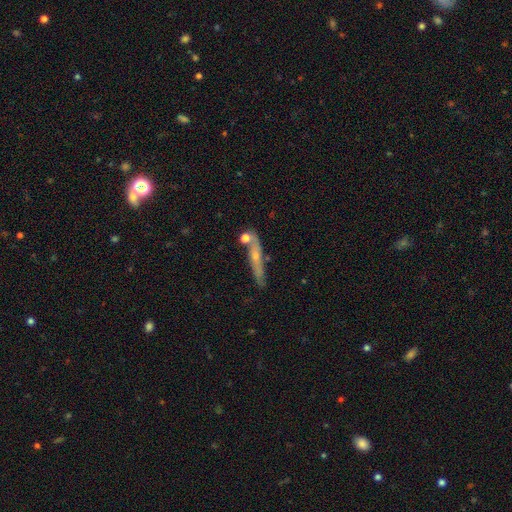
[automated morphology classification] This is possibly a featured or disk galaxy (54%). It is likely viewed edge-on (77%). Merging: likely none (65%).